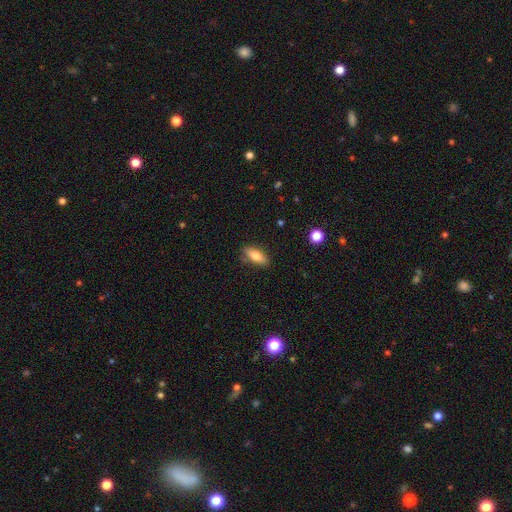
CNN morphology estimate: This is likely a smooth galaxy (76%). How rounded: likely in between (71%). Merging: clearly none (80%).